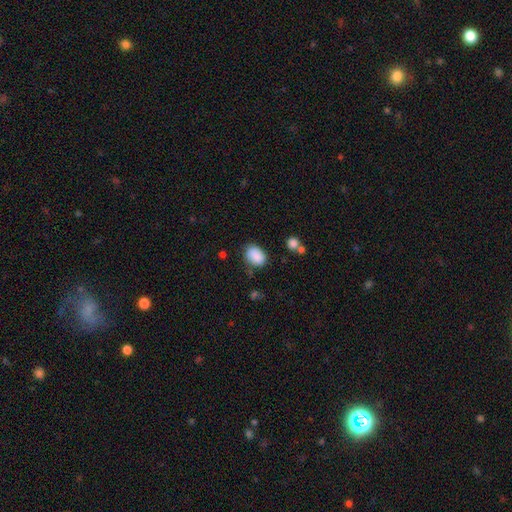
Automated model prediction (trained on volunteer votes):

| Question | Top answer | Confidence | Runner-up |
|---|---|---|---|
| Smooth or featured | smooth | 88% | star or artifact (8%) |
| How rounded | in between | 74% | round (25%) |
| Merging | none | 70% | minor disturbance (21%) |